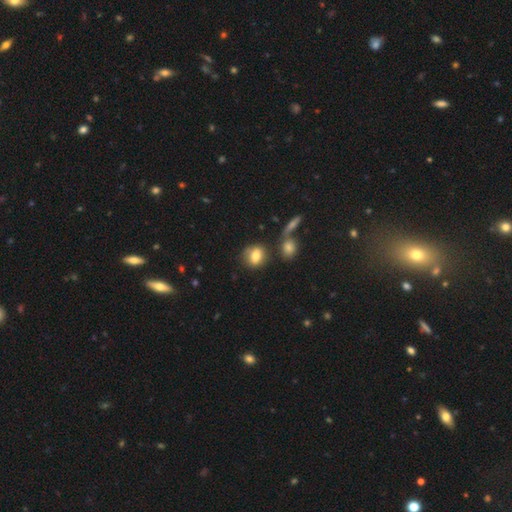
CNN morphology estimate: Smooth or featured: smooth — 78% (featured or disk — 13%)
How rounded: round — 54% (in between — 44%)
Merging: none — 69% (minor disturbance — 14%)